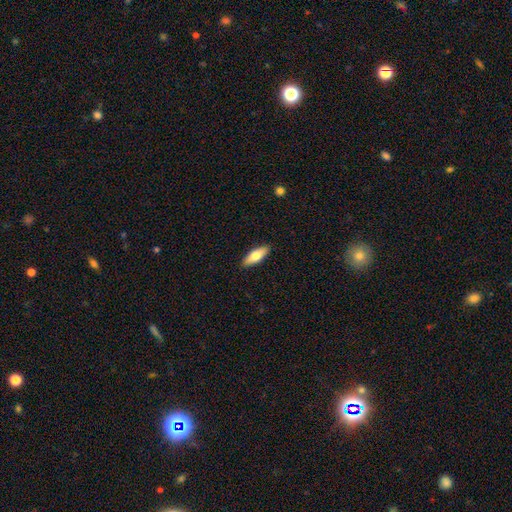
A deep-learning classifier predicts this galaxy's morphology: Smooth or featured? smooth (70%)
How rounded? in between (61%)
Merging? none (90%)